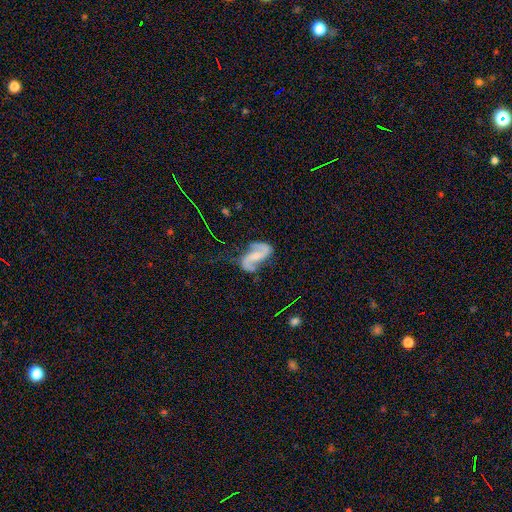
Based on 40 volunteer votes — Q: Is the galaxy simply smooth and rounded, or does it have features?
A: featured or disk — 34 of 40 (85%).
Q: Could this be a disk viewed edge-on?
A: no — 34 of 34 (100%).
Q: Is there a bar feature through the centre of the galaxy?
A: no — 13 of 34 (38%).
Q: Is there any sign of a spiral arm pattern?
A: yes — 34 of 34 (100%).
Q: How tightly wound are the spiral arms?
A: medium — 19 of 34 (56%).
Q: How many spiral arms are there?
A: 2 — 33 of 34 (97%).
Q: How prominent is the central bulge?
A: small — 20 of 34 (59%).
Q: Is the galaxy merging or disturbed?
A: none — 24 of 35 (69%).